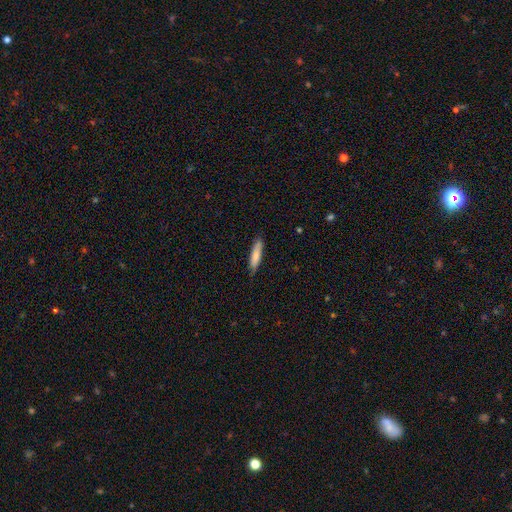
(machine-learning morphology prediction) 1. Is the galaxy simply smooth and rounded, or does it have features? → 79% smooth, 15% featured or disk, 6% star or artifact.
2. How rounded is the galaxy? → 82% cigar-shaped, 17% in between, 1% round.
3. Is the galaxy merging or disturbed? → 83% none, 14% minor disturbance, 2% major disturbance, 1% merger.